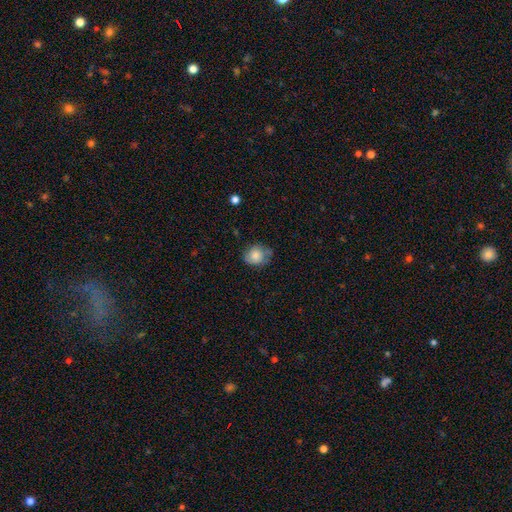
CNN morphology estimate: Smooth or featured?
  - smooth: 74% *
  - featured or disk: 17%
  - star or artifact: 8%
How rounded?
  - round: 65% *
  - in between: 34%
  - cigar-shaped: 1%
Merging?
  - none: 62% *
  - minor disturbance: 28%
  - major disturbance: 7%
  - merger: 2%